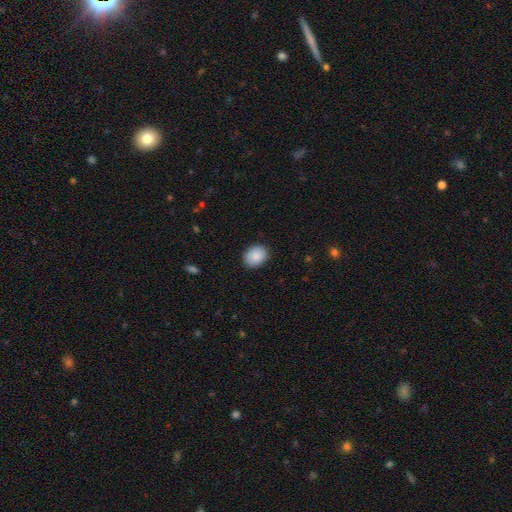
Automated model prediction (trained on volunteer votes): smooth 87%, star or artifact 7%, featured or disk 6%. Down the decision tree: how rounded — in between (55%); merging — none (88%).